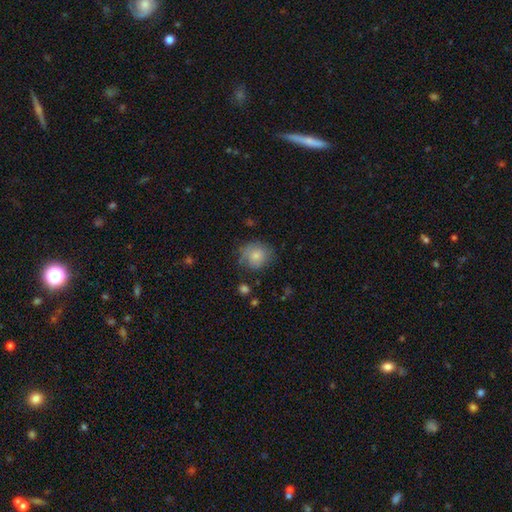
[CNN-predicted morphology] This is likely a smooth galaxy (79%). How rounded: likely round (79%). Merging: likely none (66%).